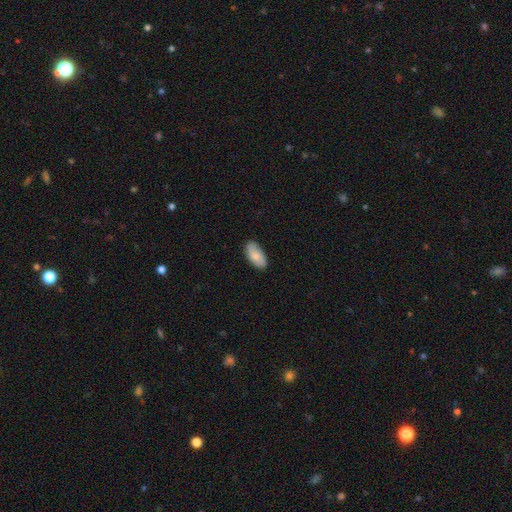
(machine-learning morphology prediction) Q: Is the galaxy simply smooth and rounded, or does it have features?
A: smooth — 76%.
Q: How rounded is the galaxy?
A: in between — 93%.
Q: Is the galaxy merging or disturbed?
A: none — 82%.